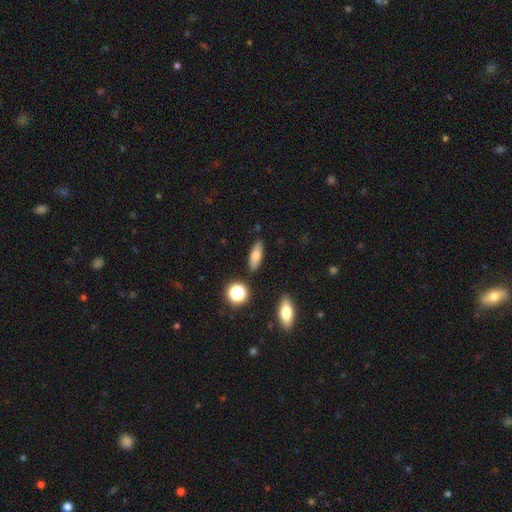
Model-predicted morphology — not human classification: Overall: smooth (74%). How rounded: in between (66%; cigar-shaped 29%). Merging: none (85%).